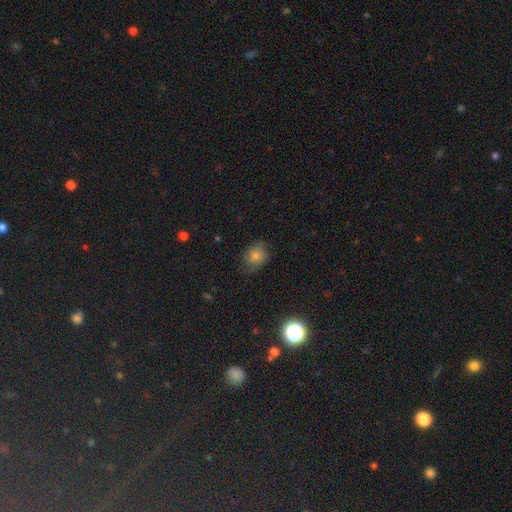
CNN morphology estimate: A smooth galaxy with no disk features (53%) that is round (57%).

Vote fractions:
- Smooth or featured? smooth: 53% / featured or disk: 28% / star or artifact: 19%
- How rounded? round: 57% / in between: 42% / cigar-shaped: 1%
- Merging? none: 68% / minor disturbance: 23% / major disturbance: 8% / merger: 1%